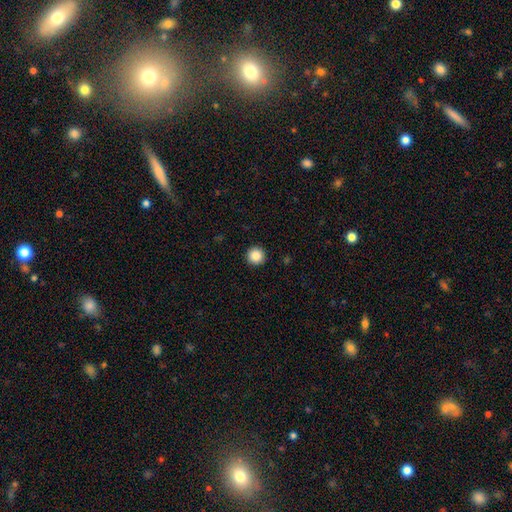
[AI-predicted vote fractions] A smooth galaxy with no disk features (87%) that is round (96%). Merging: none (94%).